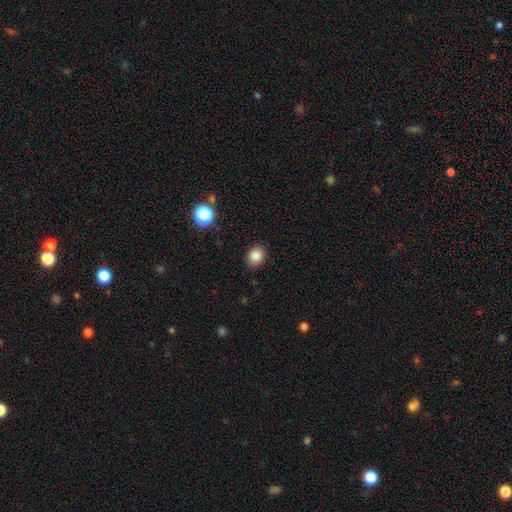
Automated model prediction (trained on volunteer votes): Smooth or featured: smooth — 85% (star or artifact — 11%)
How rounded: round — 63% (in between — 36%)
Merging: none — 88% (minor disturbance — 9%)